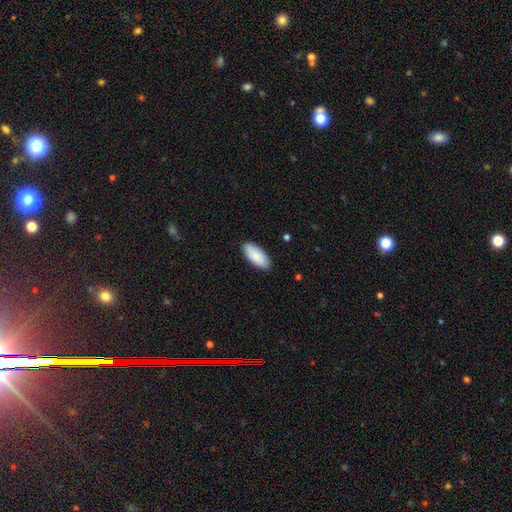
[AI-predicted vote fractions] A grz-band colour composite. It shows a smooth galaxy with no disk features (89%) that is in between round and cigar-shaped (90%). Merging: none (89%).